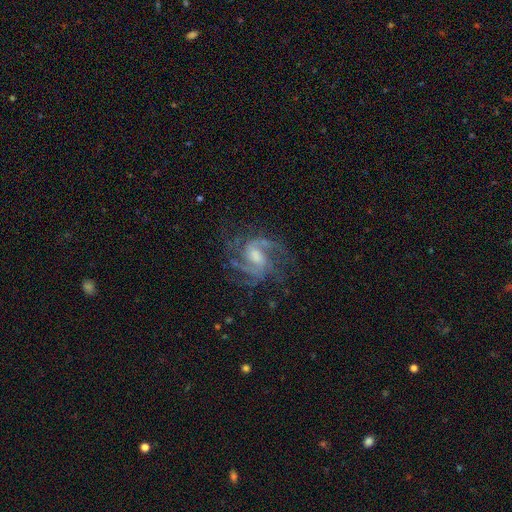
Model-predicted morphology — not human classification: A featured or disk galaxy (89%) with a weak bar (51%), 2 (35%) medium (55%) spiral arms (98%) and a moderate central bulge (49%).

Vote fractions:
- Smooth or featured? featured or disk: 89% / star or artifact: 7% / smooth: 4%
- Edge-on disk? no: 98% / yes: 2%
- Bar? weak: 51% / no: 31% / strong: 18%
- Spiral arms? yes: 98% / no: 2%
- Spiral winding? medium: 55% / tight: 28% / loose: 17%
- Spiral arm count? 2: 35% / 3: 33% / can't tell: 12% / 4: 10% / more than 4: 5% / 1: 5%
- Bulge size? moderate: 49% / small: 32% / large: 9% / none: 9% / dominant: 1%
- Merging? none: 70% / minor disturbance: 16% / major disturbance: 13% / merger: 1%